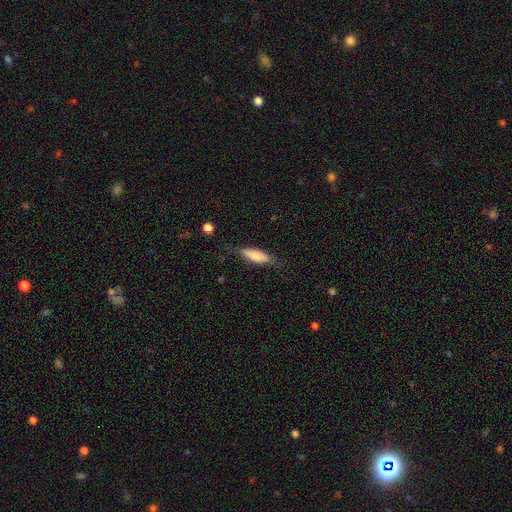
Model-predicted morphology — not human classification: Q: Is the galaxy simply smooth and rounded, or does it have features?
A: smooth — 76%.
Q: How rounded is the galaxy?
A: in between — 56%.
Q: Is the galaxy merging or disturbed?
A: none — 73%.